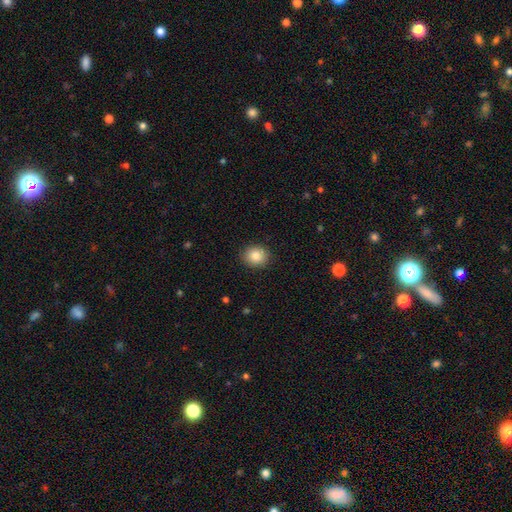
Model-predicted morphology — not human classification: Smooth or featured? smooth (86%)
How rounded? round (76%)
Merging? none (90%)